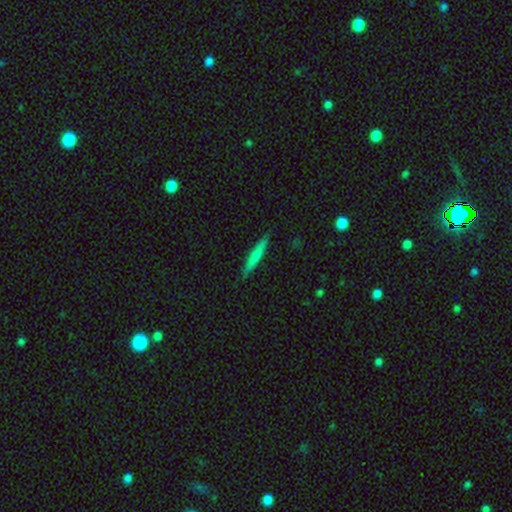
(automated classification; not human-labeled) A smooth galaxy with no disk features (68%) that is cigar-shaped (94%).

Vote fractions:
- Smooth or featured? smooth: 68% / featured or disk: 26% / star or artifact: 6%
- How rounded? cigar-shaped: 94% / in between: 5% / round: 1%
- Merging? none: 89% / minor disturbance: 9% / major disturbance: 2% / merger: 1%